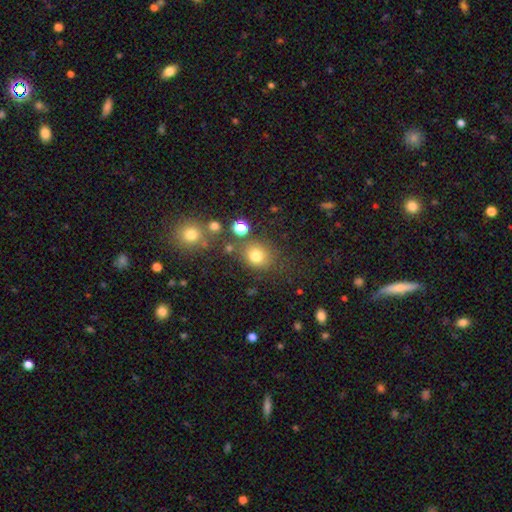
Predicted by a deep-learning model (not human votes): Smooth or featured: smooth — 76% (star or artifact — 16%)
How rounded: round — 80% (in between — 19%)
Merging: none — 74% (minor disturbance — 12%)